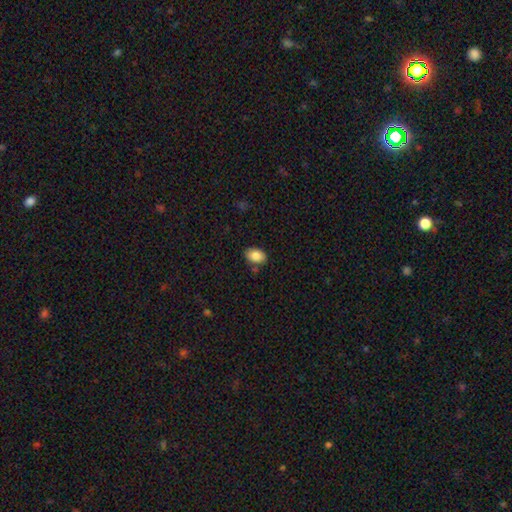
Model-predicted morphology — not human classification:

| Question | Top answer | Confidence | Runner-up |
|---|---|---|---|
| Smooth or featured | smooth | 85% | star or artifact (8%) |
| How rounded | in between | 85% | round (14%) |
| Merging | none | 82% | minor disturbance (11%) |